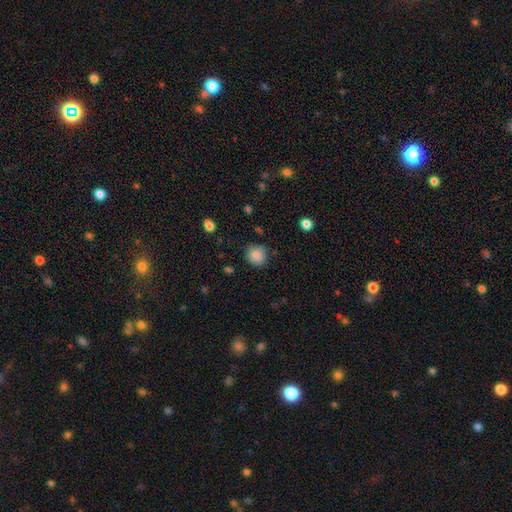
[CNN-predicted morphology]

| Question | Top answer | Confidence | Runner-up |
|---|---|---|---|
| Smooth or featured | smooth | 84% | star or artifact (10%) |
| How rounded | round | 86% | in between (13%) |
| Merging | none | 77% | minor disturbance (17%) |